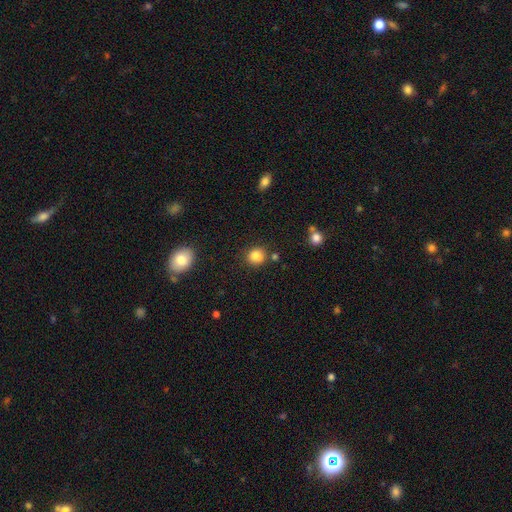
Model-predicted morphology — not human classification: A smooth galaxy with no disk features (83%) that is round (78%).

Vote fractions:
- Smooth or featured? smooth: 83% / star or artifact: 11% / featured or disk: 6%
- How rounded? round: 78% / in between: 21% / cigar-shaped: 1%
- Merging? none: 76% / minor disturbance: 14% / merger: 7% / major disturbance: 3%